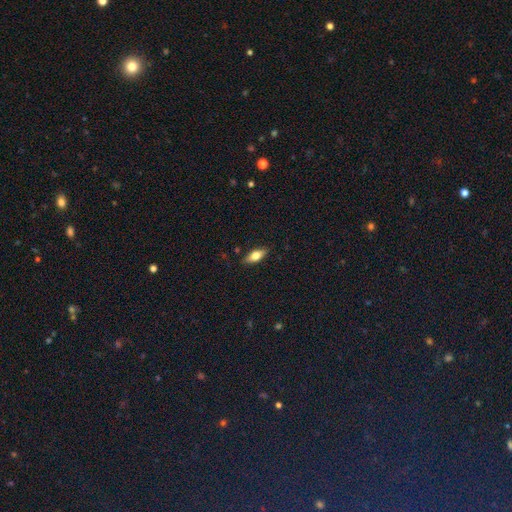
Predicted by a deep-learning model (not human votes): A smooth galaxy with no disk features (67%) that is in between round and cigar-shaped (76%).

Vote fractions:
- Smooth or featured? smooth: 67% / featured or disk: 27% / star or artifact: 7%
- How rounded? in between: 76% / cigar-shaped: 21% / round: 3%
- Merging? none: 87% / minor disturbance: 10% / major disturbance: 2% / merger: 1%